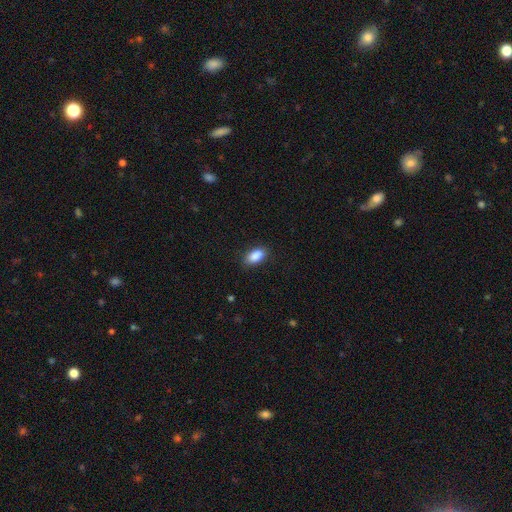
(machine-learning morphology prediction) Smooth or featured: smooth — 89% (star or artifact — 7%)
How rounded: in between — 91% (cigar-shaped — 6%)
Merging: none — 84% (minor disturbance — 12%)